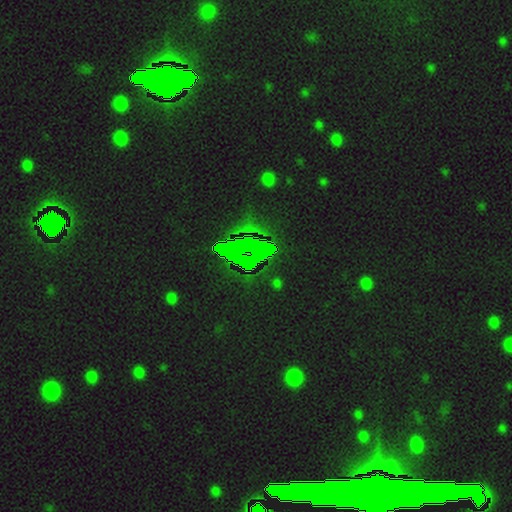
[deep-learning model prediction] A star or artifact, not a galaxy (75%).

Vote fractions:
- Smooth or featured? star or artifact: 75% / smooth: 16% / featured or disk: 9%